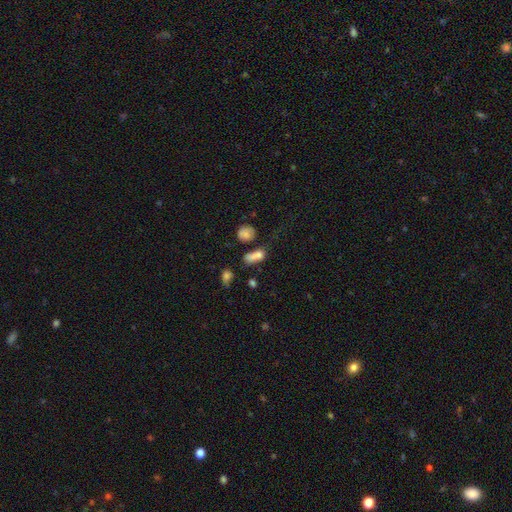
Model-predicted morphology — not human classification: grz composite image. It shows a smooth galaxy with no disk features (76%) that is in between round and cigar-shaped (67%). Merging: none (41%).